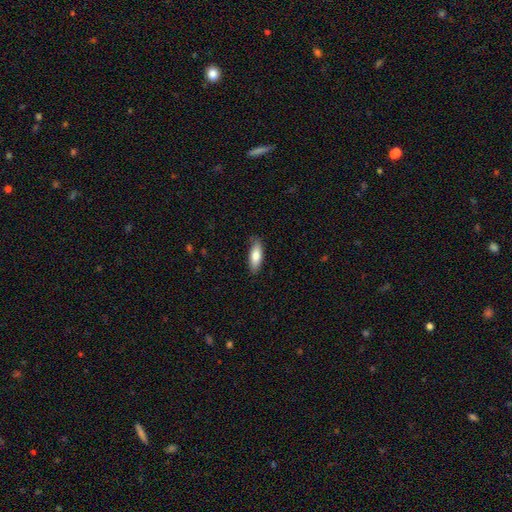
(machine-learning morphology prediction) Q: Smooth or featured?
A: smooth (79%); runner-up: featured or disk (16%)
Q: How rounded?
A: in between (67%); runner-up: cigar-shaped (31%)
Q: Merging?
A: none (80%); runner-up: minor disturbance (17%)